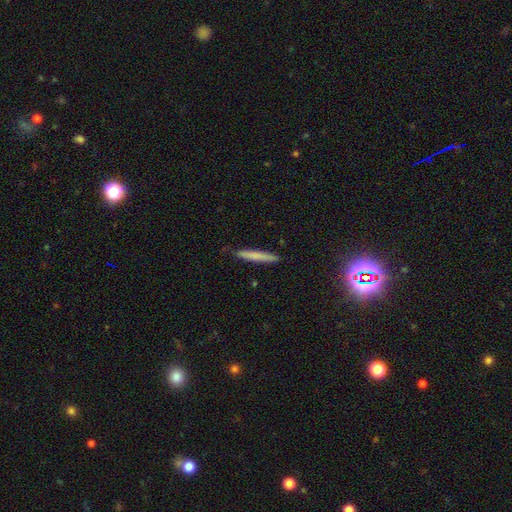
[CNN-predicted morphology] Q: Smooth or featured?
A: smooth (71%); runner-up: featured or disk (23%)
Q: How rounded?
A: cigar-shaped (96%); runner-up: in between (3%)
Q: Merging?
A: none (87%); runner-up: minor disturbance (10%)